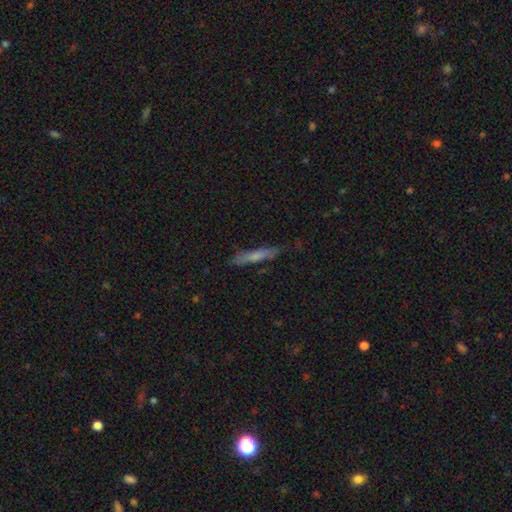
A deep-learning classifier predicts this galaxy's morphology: type=smooth (65%); roundness=cigar-shaped (91%); merging=none (76%).